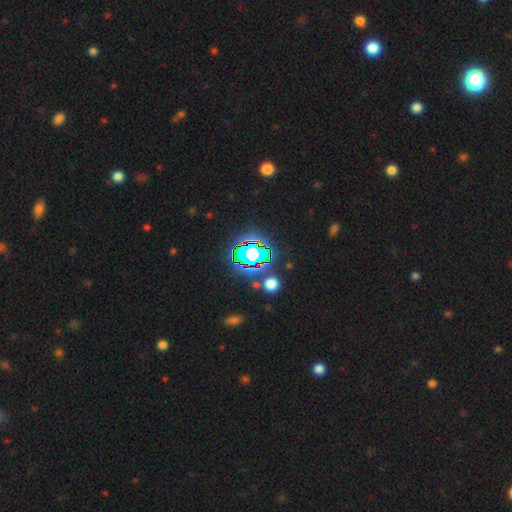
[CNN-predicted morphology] Q: Smooth or featured?
A: star or artifact (81%); runner-up: smooth (12%)